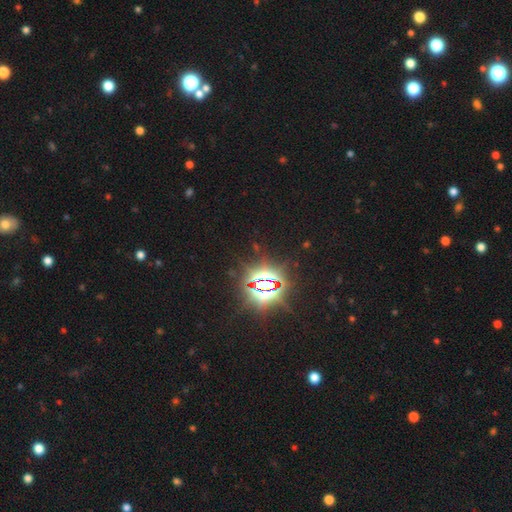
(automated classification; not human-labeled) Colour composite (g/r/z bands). It shows a star or artifact, not a galaxy (85%).